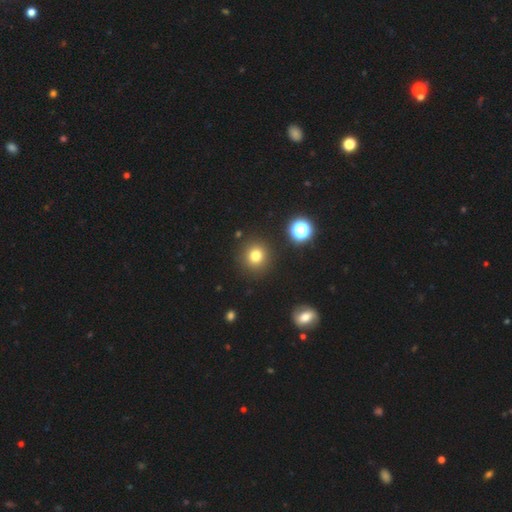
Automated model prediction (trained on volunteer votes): Smooth or featured? Predicted: smooth (p=0.77). How rounded? Predicted: round (p=0.91). Merging? Predicted: none (p=0.89).